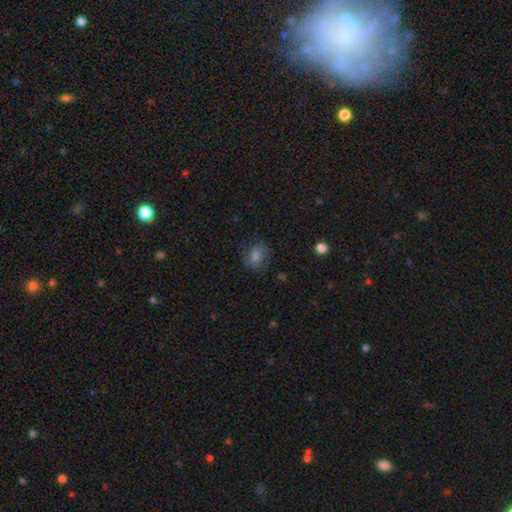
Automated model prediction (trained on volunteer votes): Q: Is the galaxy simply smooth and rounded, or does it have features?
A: smooth — 60%.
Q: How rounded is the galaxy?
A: round — 53%.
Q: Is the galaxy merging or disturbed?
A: none — 73%.